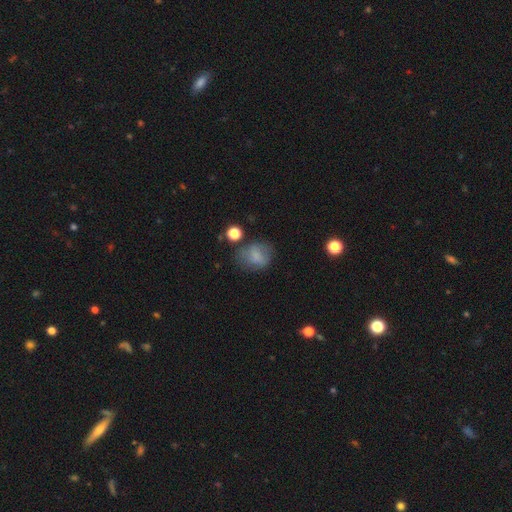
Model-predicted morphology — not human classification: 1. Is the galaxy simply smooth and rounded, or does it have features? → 70% smooth, 18% featured or disk, 12% star or artifact.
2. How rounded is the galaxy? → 50% in between, 49% round, 1% cigar-shaped.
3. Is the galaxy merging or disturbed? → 55% none, 25% minor disturbance, 14% major disturbance, 5% merger.